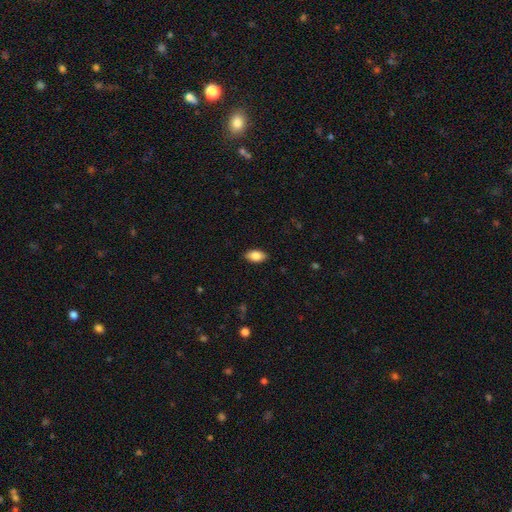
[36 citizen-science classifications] Q: Smooth or featured?
A: smooth (83%); runner-up: featured or disk (11%)
Q: How rounded?
A: in between (97%); runner-up: cigar-shaped (3%)
Q: Merging?
A: none (88%); runner-up: minor disturbance (12%)